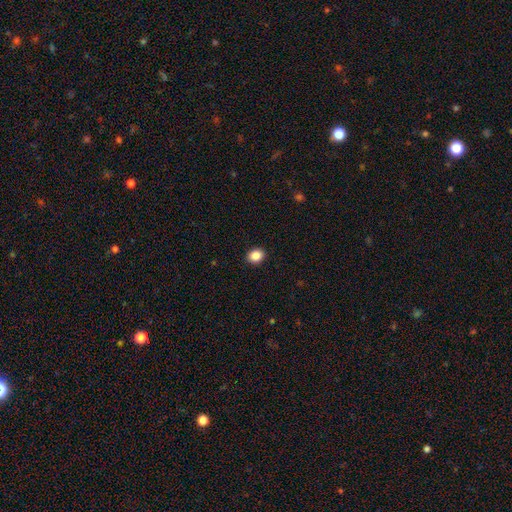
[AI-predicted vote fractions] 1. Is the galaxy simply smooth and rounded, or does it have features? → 87% smooth, 9% star or artifact, 4% featured or disk.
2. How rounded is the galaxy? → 54% round, 45% in between, 1% cigar-shaped.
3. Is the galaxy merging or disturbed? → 92% none, 6% minor disturbance, 2% major disturbance, 1% merger.